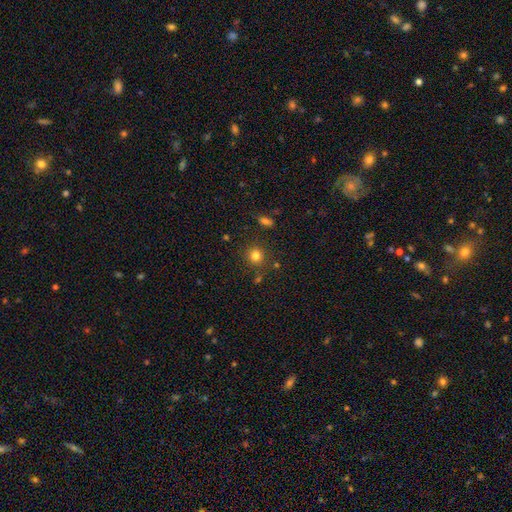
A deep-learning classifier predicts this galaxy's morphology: This is likely a smooth galaxy (80%). How rounded: clearly round (90%). Merging: clearly none (83%).